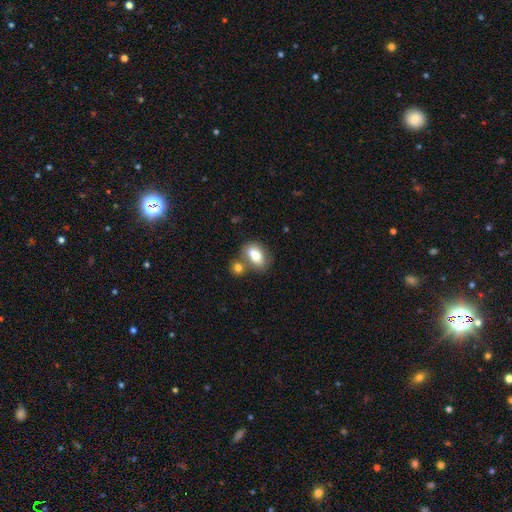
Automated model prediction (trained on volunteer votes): smooth-or-featured: smooth: 73% | featured or disk: 19% | star or artifact: 8%
  how-rounded: in between: 77% | round: 21% | cigar-shaped: 2%
  merging: none: 42% | merger: 41% | minor disturbance: 12% | major disturbance: 5%